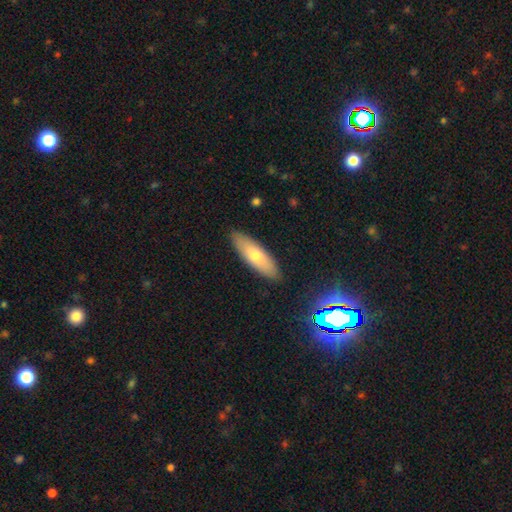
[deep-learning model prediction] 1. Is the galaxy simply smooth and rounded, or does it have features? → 67% smooth, 27% featured or disk, 7% star or artifact.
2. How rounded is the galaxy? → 51% in between, 47% cigar-shaped, 2% round.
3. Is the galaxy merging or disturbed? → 88% none, 9% minor disturbance, 2% major disturbance, 1% merger.